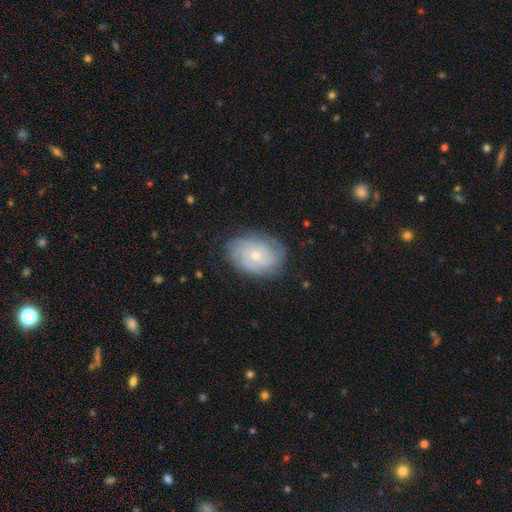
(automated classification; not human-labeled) Q: Smooth or featured?
A: featured or disk (75%); runner-up: smooth (18%)
Q: Edge-on disk?
A: no (97%); runner-up: yes (3%)
Q: Bar?
A: no (77%); runner-up: weak (21%)
Q: Spiral arms?
A: yes (93%); runner-up: no (7%)
Q: Spiral winding?
A: tight (69%); runner-up: medium (25%)
Q: Spiral arm count?
A: can't tell (40%); runner-up: 3 (18%)
Q: Bulge size?
A: small (56%); runner-up: moderate (40%)
Q: Merging?
A: none (80%); runner-up: minor disturbance (15%)